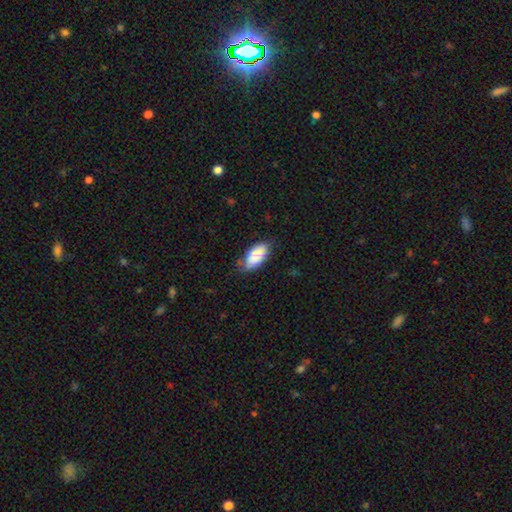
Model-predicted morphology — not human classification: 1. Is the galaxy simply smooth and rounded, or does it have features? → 79% smooth, 14% featured or disk, 7% star or artifact.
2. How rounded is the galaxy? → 93% in between, 5% cigar-shaped, 2% round.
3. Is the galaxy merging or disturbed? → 64% none, 28% minor disturbance, 6% major disturbance, 2% merger.